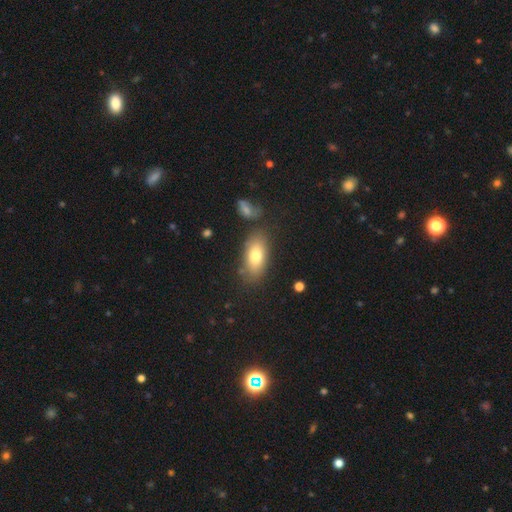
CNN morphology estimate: type=smooth (75%); roundness=in between (87%); merging=none (76%).